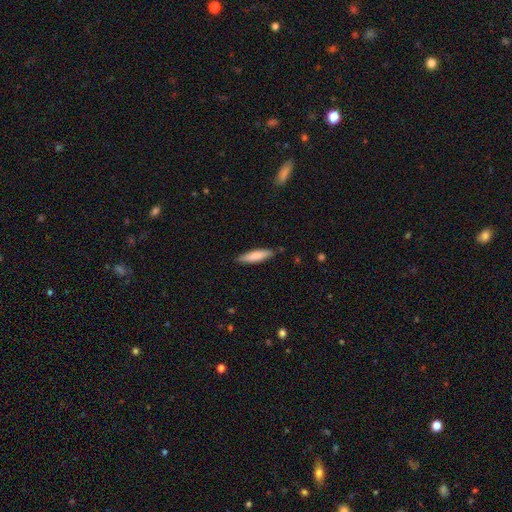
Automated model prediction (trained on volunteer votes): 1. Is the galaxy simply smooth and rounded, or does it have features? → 81% smooth, 13% featured or disk, 6% star or artifact.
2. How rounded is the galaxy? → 74% cigar-shaped, 24% in between, 1% round.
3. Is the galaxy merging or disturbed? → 86% none, 11% minor disturbance, 2% major disturbance, 1% merger.